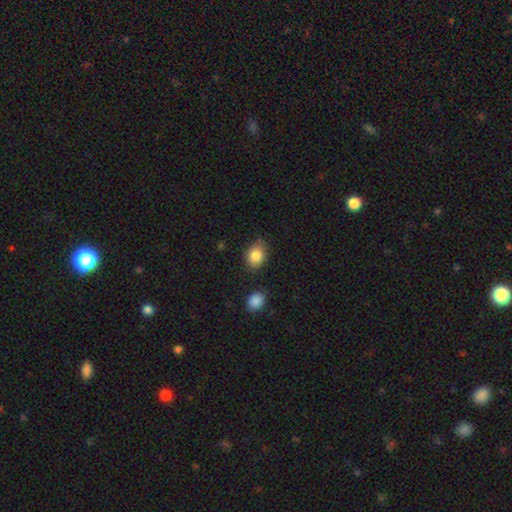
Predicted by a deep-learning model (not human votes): smooth 86%, star or artifact 8%, featured or disk 6%. Down the decision tree: how rounded — in between (59%); merging — none (76%).